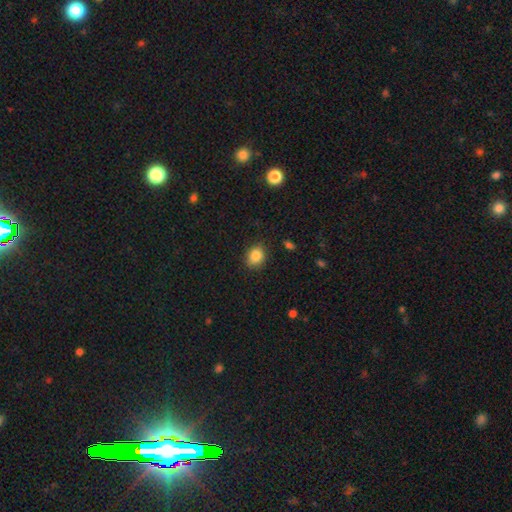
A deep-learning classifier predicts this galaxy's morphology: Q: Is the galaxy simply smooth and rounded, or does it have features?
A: smooth — 85%.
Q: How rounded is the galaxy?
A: in between — 50%.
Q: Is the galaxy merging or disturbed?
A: none — 85%.